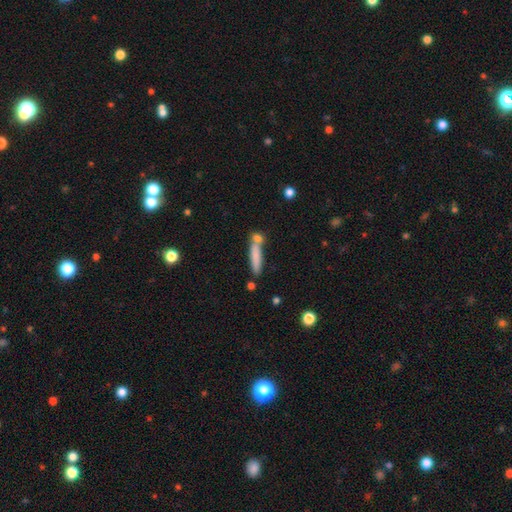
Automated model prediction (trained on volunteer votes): The model was most divided on "merging": none: 59%, merger: 23%, minor disturbance: 14%, major disturbance: 4%. More confident: how rounded — cigar-shaped (85%); smooth or featured — smooth (77%).